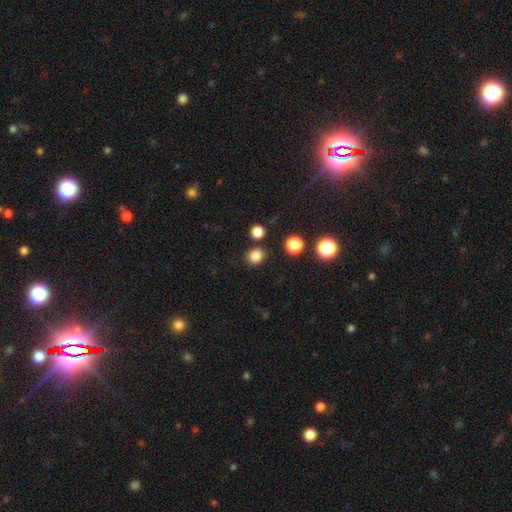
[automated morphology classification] This is clearly a smooth galaxy (83%). How rounded: likely round (73%). Merging: clearly none (83%).